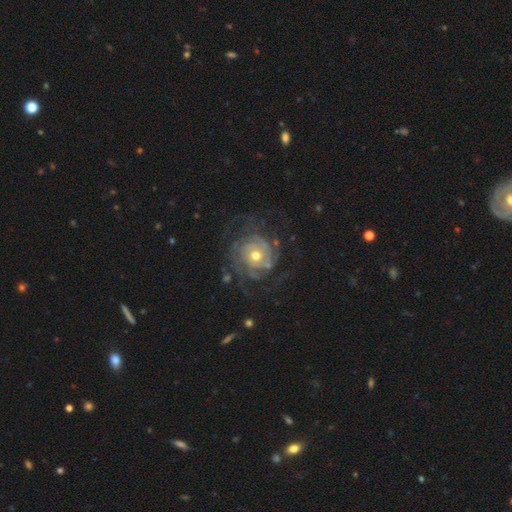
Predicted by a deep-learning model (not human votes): Overall: featured or disk (84%). Edge-on disk: no (98%). Bar: no (81%). Spiral arms: yes (92%). Spiral arm count: can't tell (39%; 2 19%). Spiral winding: tight (68%). Bulge size: moderate (66%; small 27%). Merging: none (65%).